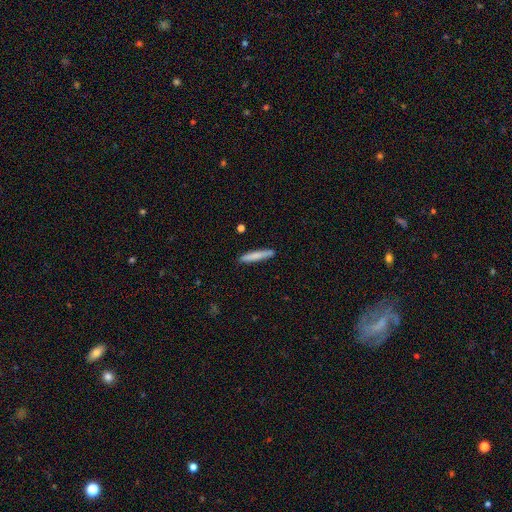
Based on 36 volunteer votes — smooth 75%, featured or disk 22%, star or artifact 3%. Down the decision tree: how rounded — cigar-shaped (93%); merging — none (91%).